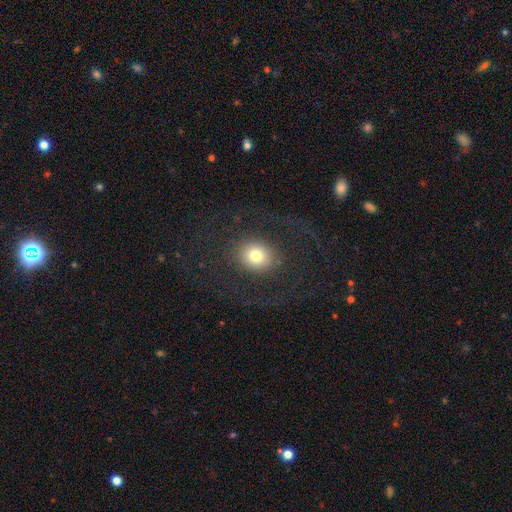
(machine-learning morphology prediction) Smooth or featured?
  - smooth: 73% *
  - featured or disk: 15%
  - star or artifact: 12%
How rounded?
  - round: 73% *
  - in between: 26%
  - cigar-shaped: 1%
Merging?
  - none: 75% *
  - major disturbance: 15%
  - minor disturbance: 9%
  - merger: 2%